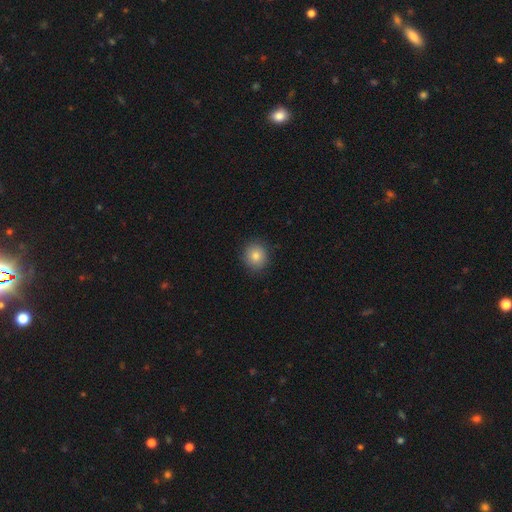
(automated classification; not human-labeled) Smooth or featured: smooth — 82% (star or artifact — 11%)
How rounded: round — 86% (in between — 13%)
Merging: none — 90% (minor disturbance — 7%)